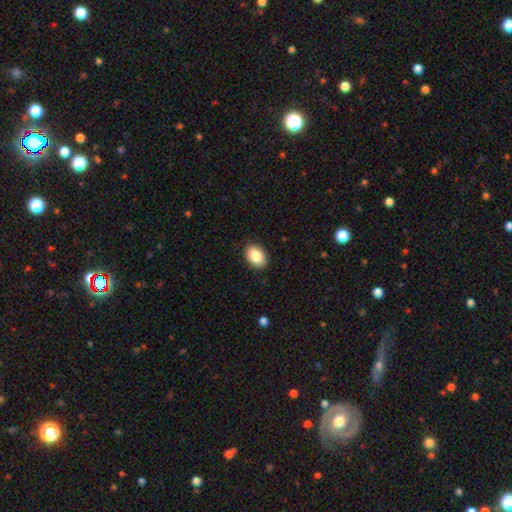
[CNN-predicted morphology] A smooth galaxy with no disk features (87%) that is in between round and cigar-shaped (79%).

Vote fractions:
- Smooth or featured? smooth: 87% / star or artifact: 7% / featured or disk: 6%
- How rounded? in between: 79% / round: 20% / cigar-shaped: 1%
- Merging? none: 89% / minor disturbance: 8% / major disturbance: 2% / merger: 1%